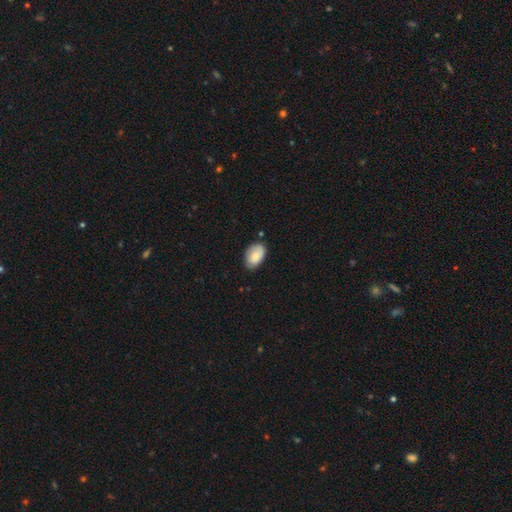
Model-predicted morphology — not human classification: smooth_or_featured: smooth (p=0.77) [alt: featured or disk p=0.16]
how_rounded: in between (p=0.91) [alt: round p=0.08]
merging: none (p=0.73) [alt: minor disturbance p=0.21]